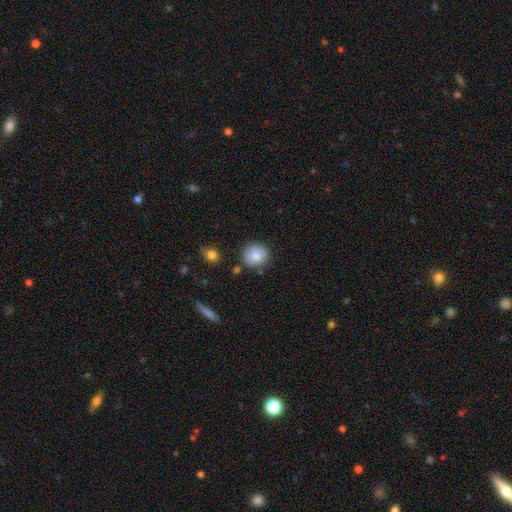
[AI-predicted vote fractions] Smooth or featured: smooth — 84% (star or artifact — 8%)
How rounded: round — 89% (in between — 10%)
Merging: none — 82% (minor disturbance — 11%)